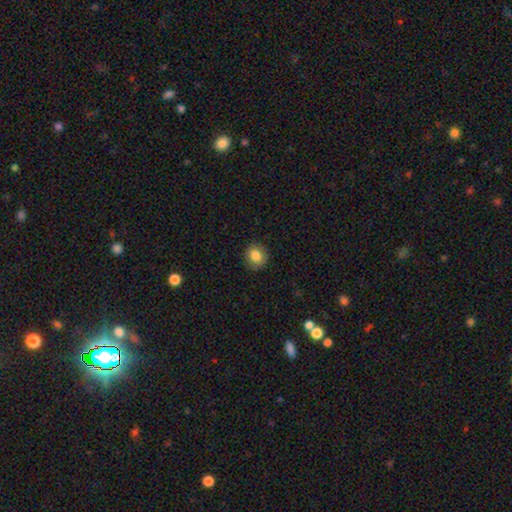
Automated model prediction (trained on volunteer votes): smooth_or_featured: smooth (p=0.83) [alt: star or artifact p=0.09]
how_rounded: round (p=0.76) [alt: in between p=0.23]
merging: none (p=0.88) [alt: minor disturbance p=0.09]